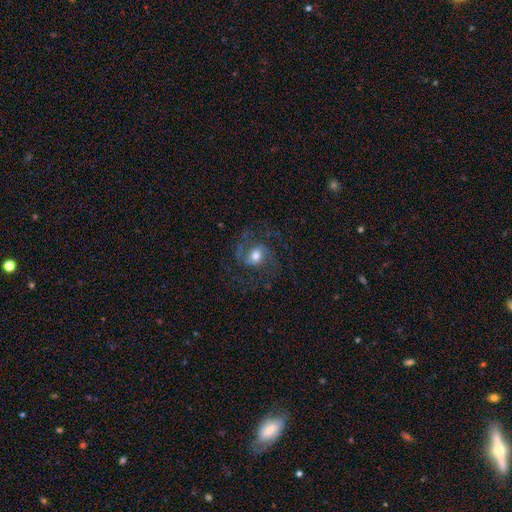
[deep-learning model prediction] Morphology: type=featured or disk (71%); edge-on=no (97%); bar=no (52%); spiral arms=yes (90%); winding=medium (52%); arm count=2 (63%); bulge=moderate (64%); merging=none (61%).